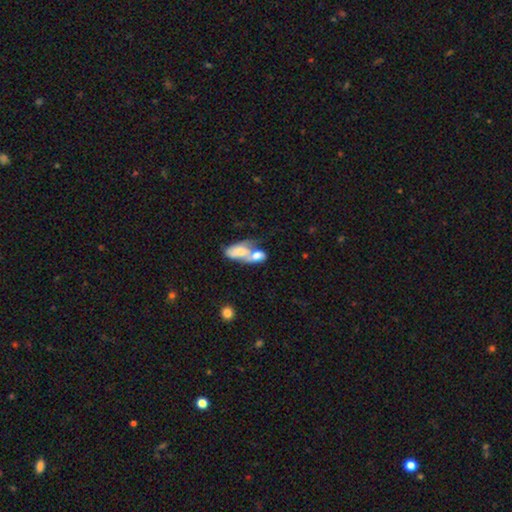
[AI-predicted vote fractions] smooth-or-featured: smooth: 59% | featured or disk: 33% | star or artifact: 8%
  how-rounded: in between: 87% | round: 8% | cigar-shaped: 5%
  merging: merger: 76% | none: 11% | major disturbance: 7% | minor disturbance: 6%